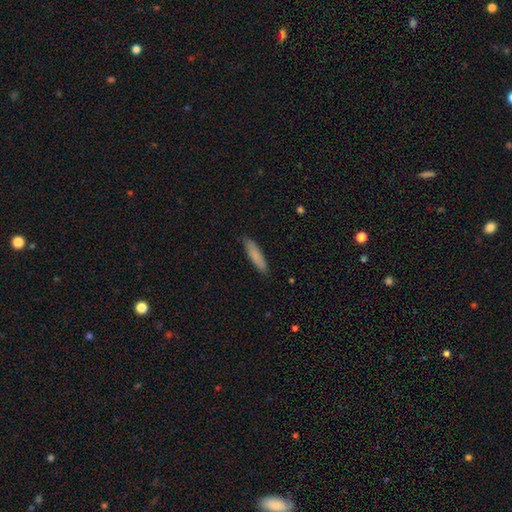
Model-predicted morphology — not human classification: A smooth galaxy with no disk features (83%) that is cigar-shaped (80%). Merging: none (86%).